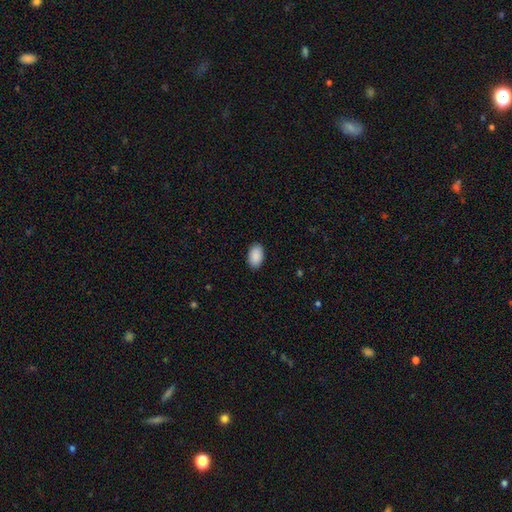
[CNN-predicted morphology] Smooth or featured? Predicted: smooth (p=0.91). How rounded? Predicted: in between (p=0.93). Merging? Predicted: none (p=0.90).